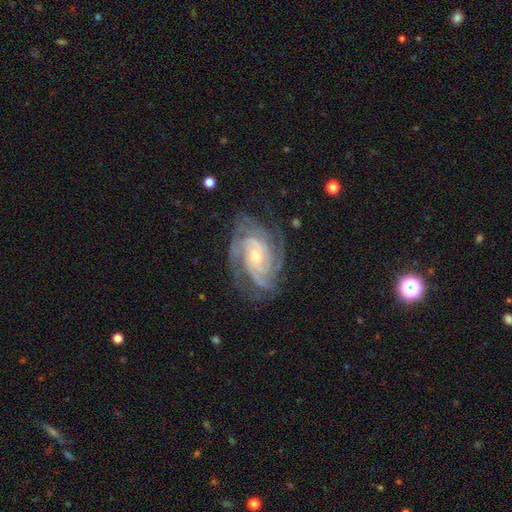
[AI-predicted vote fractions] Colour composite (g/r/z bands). It shows a featured or disk galaxy (91%) with no bar (64%), 3 (30%) tight (68%) spiral arms (98%) and a small central bulge (62%). Merging: none (74%).